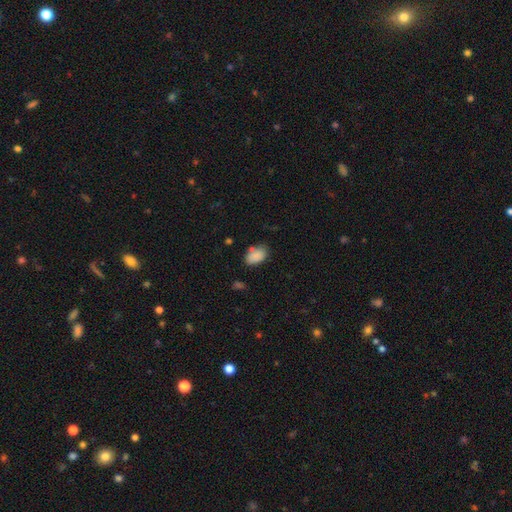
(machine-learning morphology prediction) type=smooth (87%); roundness=in between (90%); merging=none (69%).